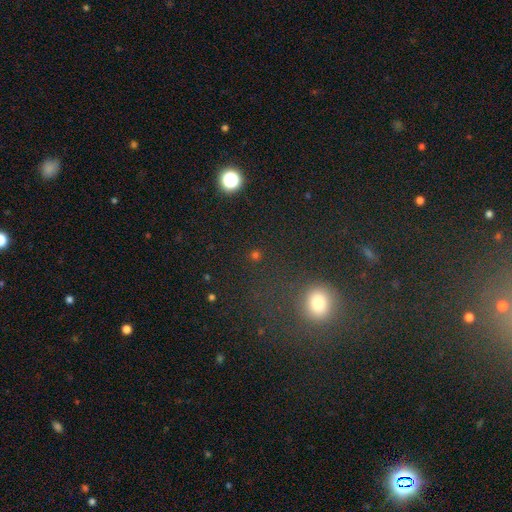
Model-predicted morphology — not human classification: smooth_or_featured: smooth (p=0.57) [alt: star or artifact p=0.35]
how_rounded: round (p=0.85) [alt: in between p=0.13]
merging: none (p=0.81) [alt: minor disturbance p=0.09]